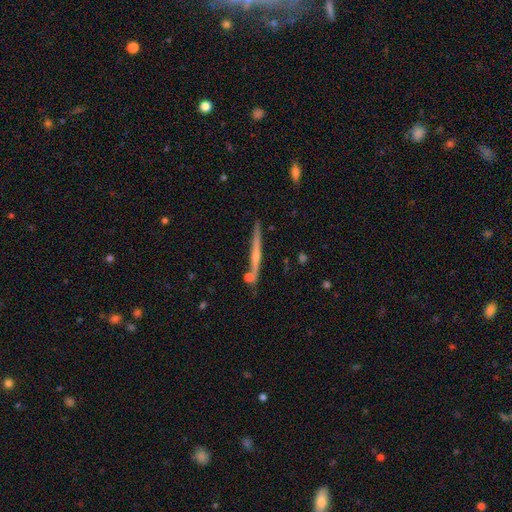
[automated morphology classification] smooth_or_featured: featured or disk (p=0.64) [alt: smooth p=0.25]
disk_edge_on: yes (p=0.95) [alt: no p=0.05]
edge_on_bulge: rounded (p=0.60) [alt: none p=0.32]
merging: none (p=0.80) [alt: minor disturbance p=0.10]